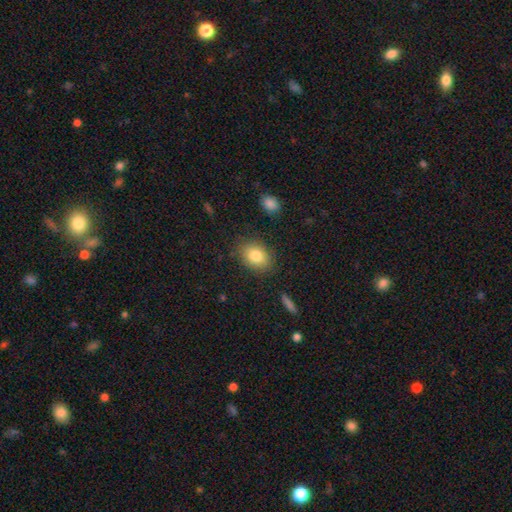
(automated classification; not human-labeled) This is clearly a smooth galaxy (82%). How rounded: likely in between (71%). Merging: clearly none (84%).